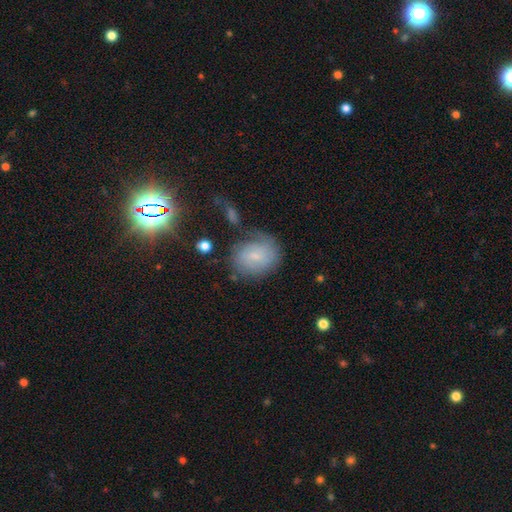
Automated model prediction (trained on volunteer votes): This is possibly a smooth galaxy (57%). How rounded: possibly round (58%). Merging: likely none (60%).